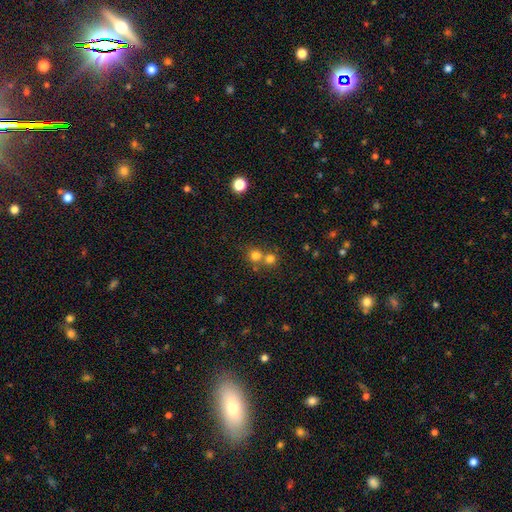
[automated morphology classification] The model was most divided on "merging": none: 49%, merger: 43%, minor disturbance: 5%, major disturbance: 2%. More confident: how rounded — round (89%); smooth or featured — smooth (75%).